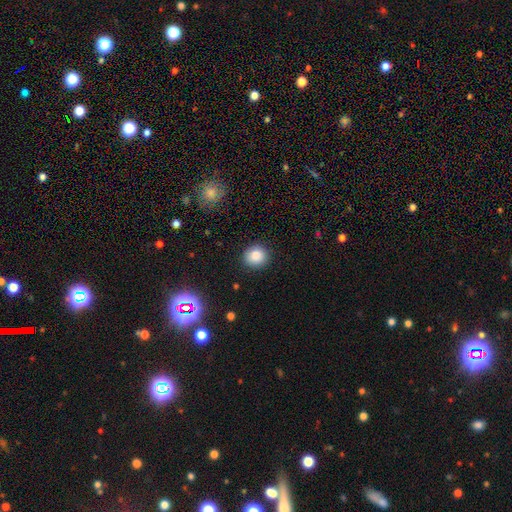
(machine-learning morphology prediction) A smooth galaxy with no disk features (86%) that is round (84%).

Vote fractions:
- Smooth or featured? smooth: 86% / star or artifact: 10% / featured or disk: 4%
- How rounded? round: 84% / in between: 15% / cigar-shaped: 1%
- Merging? none: 89% / minor disturbance: 7% / major disturbance: 2% / merger: 1%